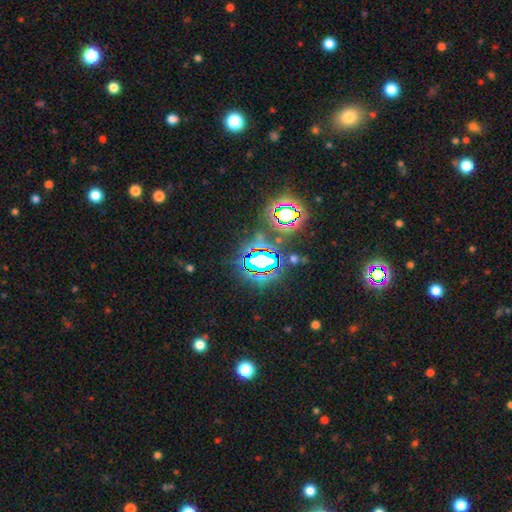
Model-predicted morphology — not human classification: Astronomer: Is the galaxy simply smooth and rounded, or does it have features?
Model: star or artifact — 78%.